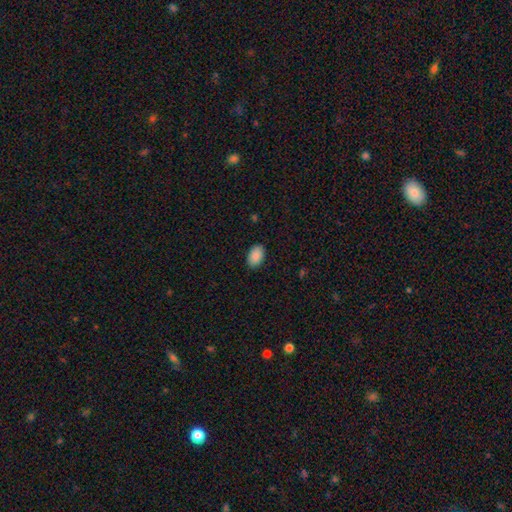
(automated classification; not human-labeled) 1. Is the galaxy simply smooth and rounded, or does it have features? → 90% smooth, 7% star or artifact, 4% featured or disk.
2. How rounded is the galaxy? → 92% in between, 7% round, 1% cigar-shaped.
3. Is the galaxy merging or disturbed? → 89% none, 8% minor disturbance, 2% major disturbance, 1% merger.